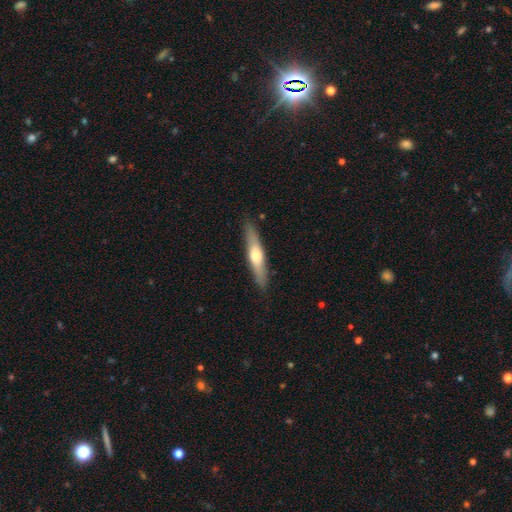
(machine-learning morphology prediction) smooth_or_featured: smooth (p=0.50) [alt: featured or disk p=0.45]
merging: none (p=0.88) [alt: minor disturbance p=0.09]